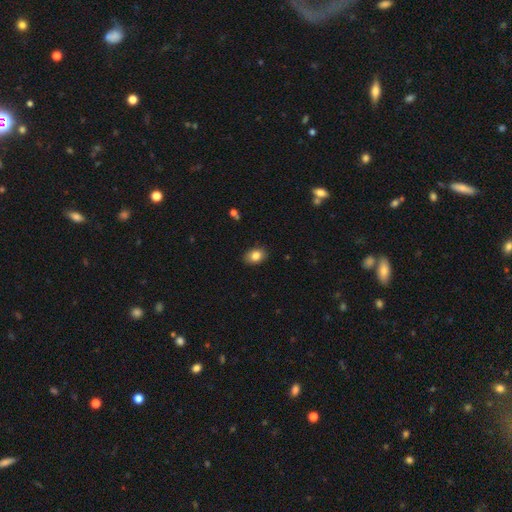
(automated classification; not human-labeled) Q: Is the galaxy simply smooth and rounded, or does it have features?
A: smooth — 83%.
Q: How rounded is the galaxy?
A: in between — 73%.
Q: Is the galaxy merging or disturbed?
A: none — 86%.